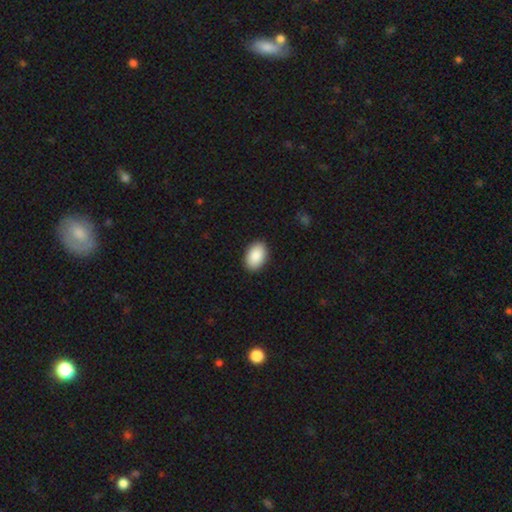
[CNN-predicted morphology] This appears to be a smooth galaxy with no disk features (90%) that is in between round and cigar-shaped (91%). Merging: none (90%).